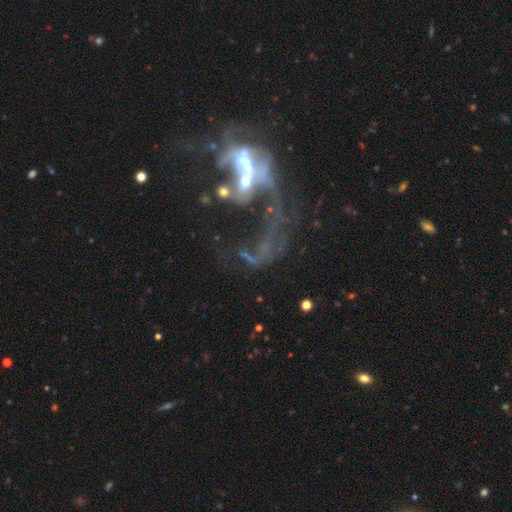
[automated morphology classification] Smooth or featured? featured or disk (64%)
Edge-on disk? no (92%)
Bar? no (62%)
Spiral arms? no (61%)
Bulge size? moderate (44%)
Merging? merger (54%)